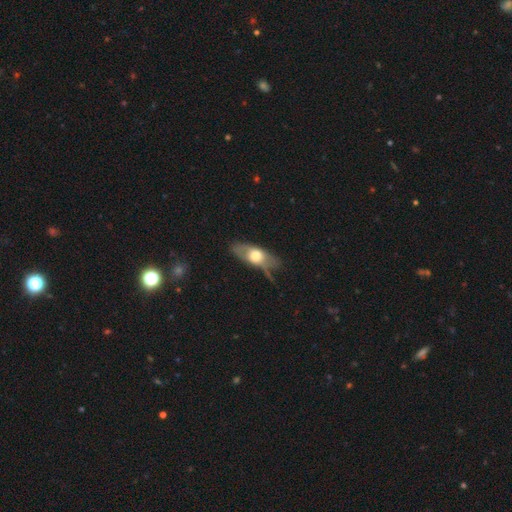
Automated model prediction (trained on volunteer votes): A smooth galaxy with no disk features (52%) that is in between round and cigar-shaped (74%).

Vote fractions:
- Smooth or featured? smooth: 52% / featured or disk: 43% / star or artifact: 6%
- How rounded? in between: 74% / cigar-shaped: 21% / round: 5%
- Merging? none: 60% / minor disturbance: 26% / major disturbance: 10% / merger: 4%